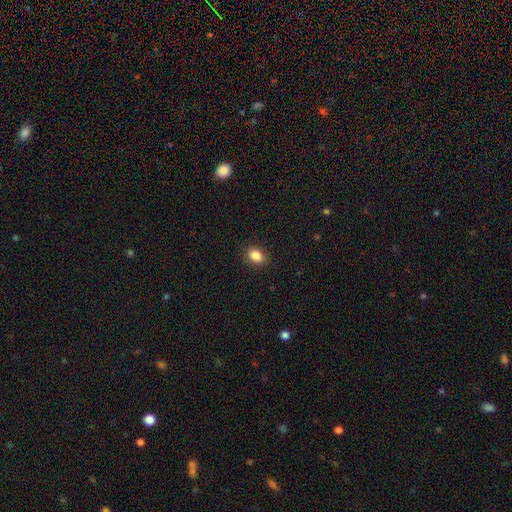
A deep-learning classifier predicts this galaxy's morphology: smooth 86%, star or artifact 9%, featured or disk 5%. Down the decision tree: how rounded — in between (67%); merging — none (89%).